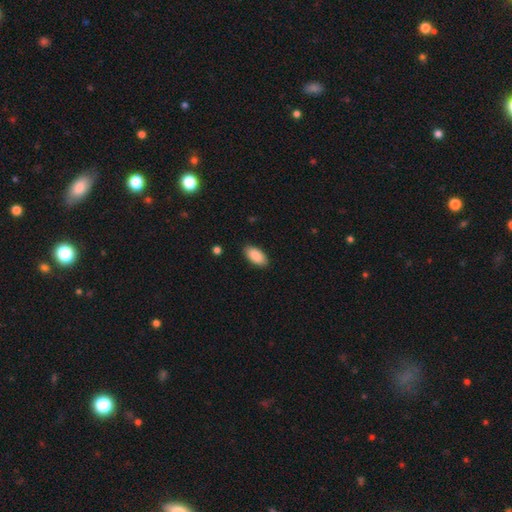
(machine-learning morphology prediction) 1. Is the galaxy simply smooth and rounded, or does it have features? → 90% smooth, 6% star or artifact, 4% featured or disk.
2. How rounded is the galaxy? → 94% in between, 4% cigar-shaped, 2% round.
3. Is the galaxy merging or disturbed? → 87% none, 9% minor disturbance, 2% major disturbance, 1% merger.